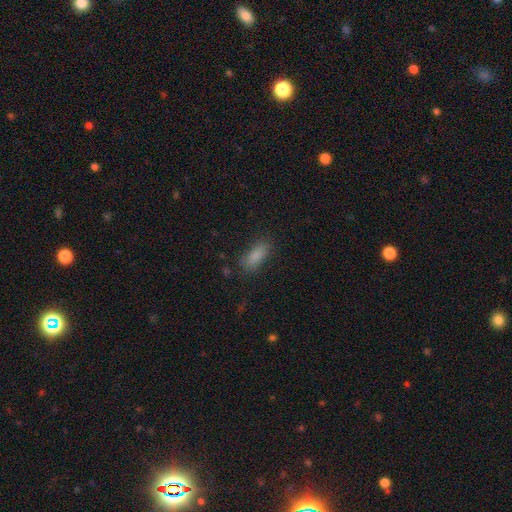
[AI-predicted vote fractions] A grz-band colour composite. It shows a smooth galaxy with no disk features (85%) that is in between round and cigar-shaped (80%). Merging: none (78%).